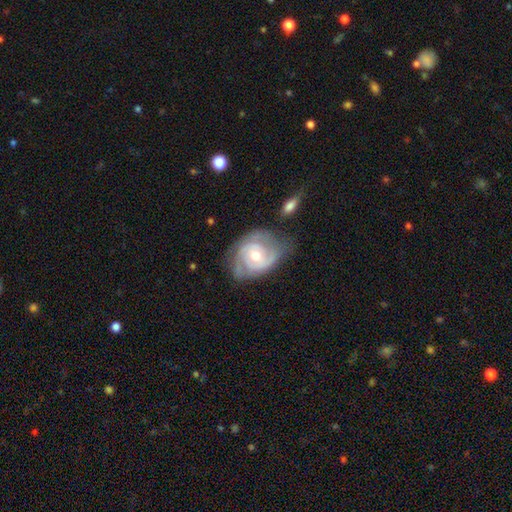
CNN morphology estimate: Smooth or featured? Predicted: featured or disk (p=0.80). Edge-on disk? Predicted: no (p=0.97). Bar? Predicted: no (p=0.66). Spiral arms? Predicted: yes (p=0.92). Spiral winding? Predicted: tight (p=0.56). Spiral arm count? Predicted: 2 (p=0.42). Bulge size? Predicted: moderate (p=0.65). Merging? Predicted: none (p=0.59).